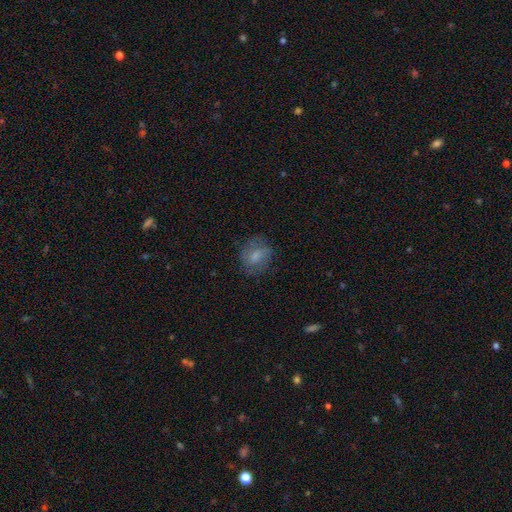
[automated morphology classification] Overall: smooth (66%). How rounded: round (50%; in between 48%). Merging: none (72%).